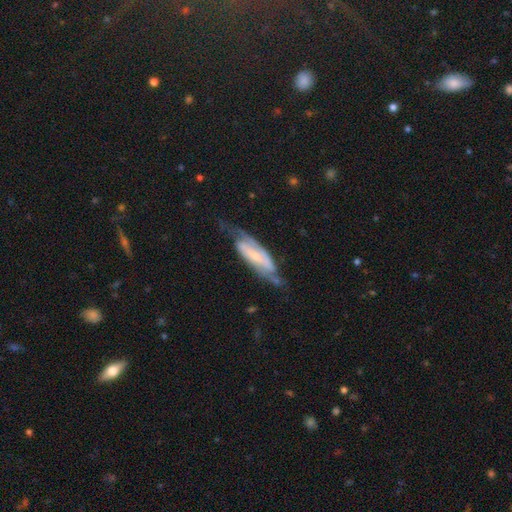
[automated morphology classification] type=featured or disk (81%); edge-on=no (85%); bar=strong (36%); spiral arms=yes (93%); winding=medium (45%); arm count=2 (80%); bulge=small (64%); merging=none (61%).